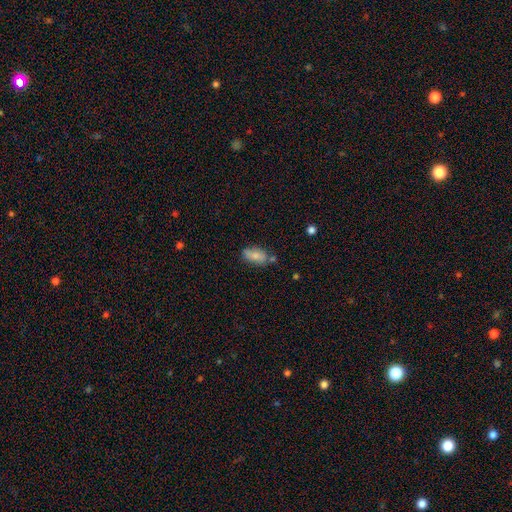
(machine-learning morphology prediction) Smooth or featured?
  - smooth: 76% *
  - featured or disk: 17%
  - star or artifact: 7%
How rounded?
  - in between: 89% *
  - cigar-shaped: 6%
  - round: 4%
Merging?
  - none: 68% *
  - minor disturbance: 19%
  - merger: 9%
  - major disturbance: 4%